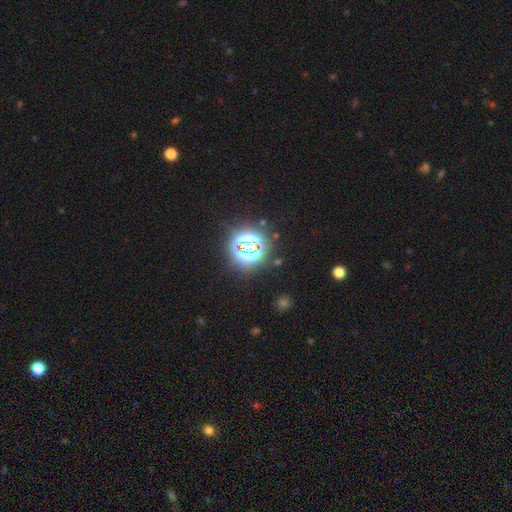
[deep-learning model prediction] Q: Smooth or featured?
A: star or artifact (78%); runner-up: smooth (14%)